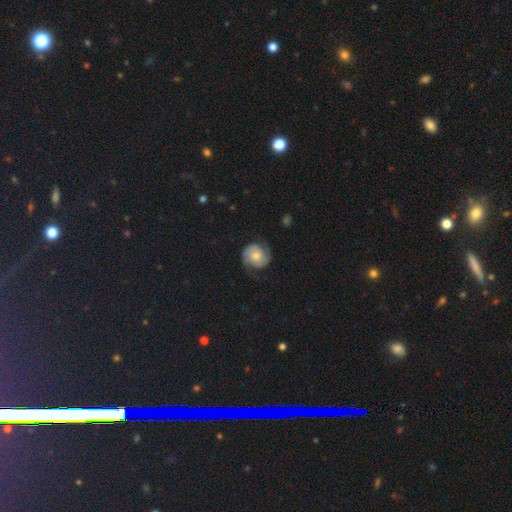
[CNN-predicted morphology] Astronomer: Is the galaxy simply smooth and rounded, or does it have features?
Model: featured or disk — 63%.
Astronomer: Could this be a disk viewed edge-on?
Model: no — 98%.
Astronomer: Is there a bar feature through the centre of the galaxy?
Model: no — 76%.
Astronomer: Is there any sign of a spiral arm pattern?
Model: yes — 91%.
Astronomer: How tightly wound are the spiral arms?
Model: medium — 40% (runner-up: tight, 38%).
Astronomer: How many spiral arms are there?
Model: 2 — 85%.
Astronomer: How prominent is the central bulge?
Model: moderate — 48% (runner-up: small, 43%).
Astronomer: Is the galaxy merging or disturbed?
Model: none — 71%.